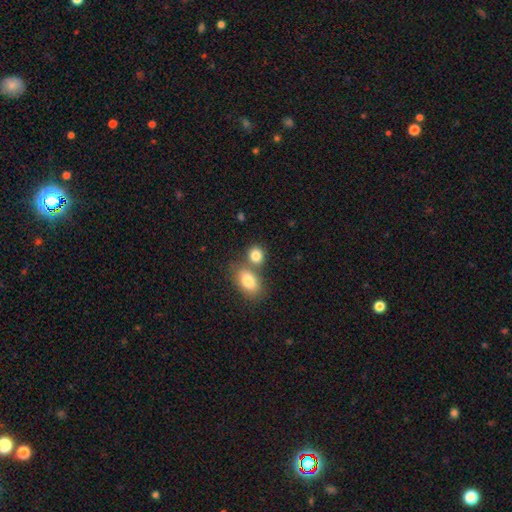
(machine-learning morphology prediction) Smooth or featured? Predicted: smooth (p=0.83). How rounded? Predicted: round (p=0.57). Merging? Predicted: none (p=0.49).